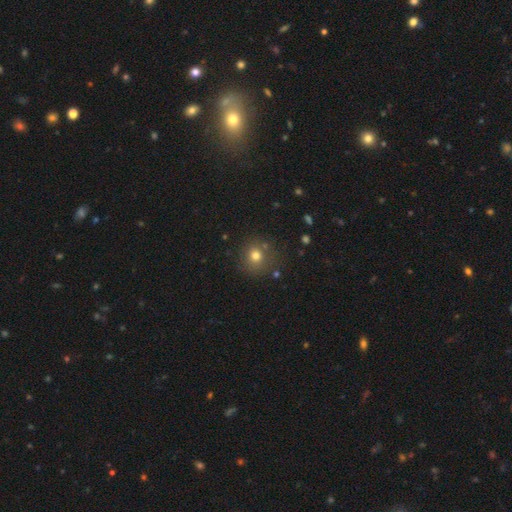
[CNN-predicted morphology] type=smooth (75%); roundness=round (87%); merging=none (79%).